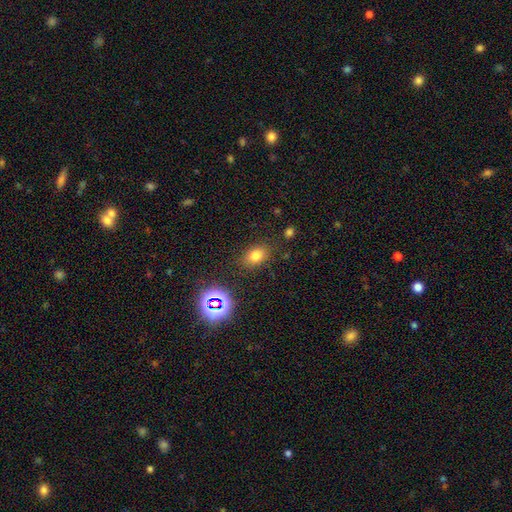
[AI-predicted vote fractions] A smooth galaxy with no disk features (73%) that is in between round and cigar-shaped (72%).

Vote fractions:
- Smooth or featured? smooth: 73% / star or artifact: 19% / featured or disk: 9%
- How rounded? in between: 72% / round: 27% / cigar-shaped: 1%
- Merging? none: 82% / minor disturbance: 12% / major disturbance: 4% / merger: 2%